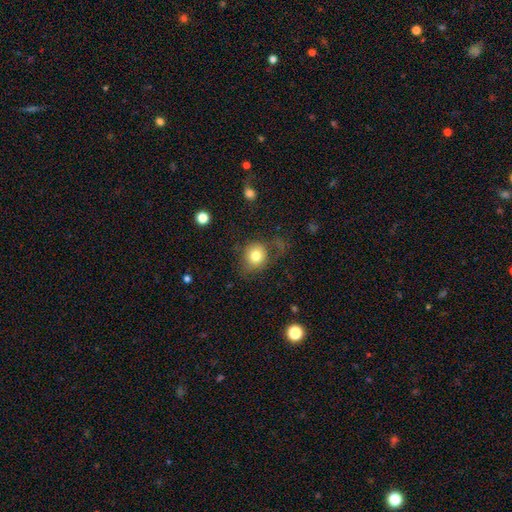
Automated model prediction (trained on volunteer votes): Q: Smooth or featured?
A: smooth (78%); runner-up: featured or disk (12%)
Q: How rounded?
A: round (76%); runner-up: in between (23%)
Q: Merging?
A: none (58%); runner-up: minor disturbance (21%)